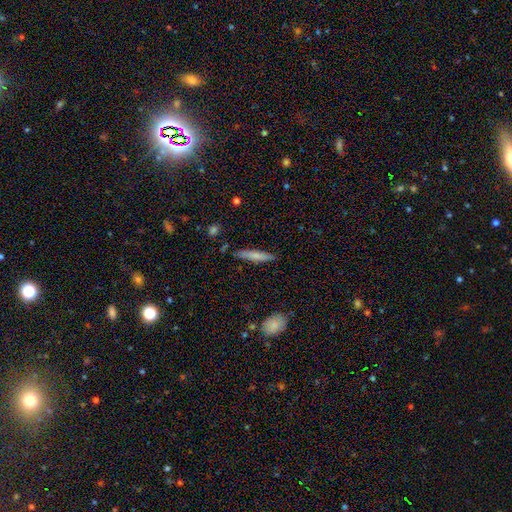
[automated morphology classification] Q: Smooth or featured?
A: smooth (71%); runner-up: featured or disk (23%)
Q: How rounded?
A: cigar-shaped (92%); runner-up: in between (7%)
Q: Merging?
A: none (86%); runner-up: minor disturbance (10%)